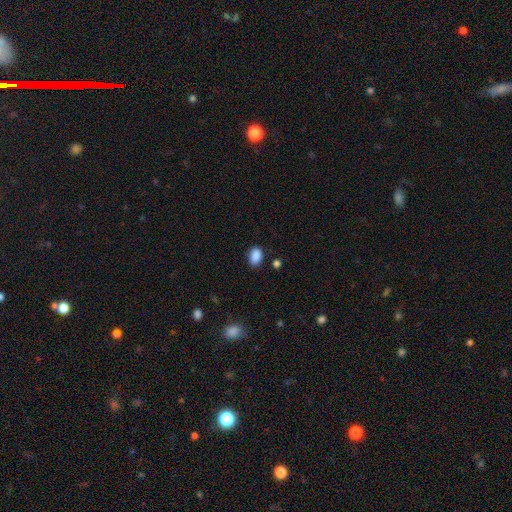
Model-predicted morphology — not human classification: Smooth or featured?
  - smooth: 88% *
  - star or artifact: 9%
  - featured or disk: 3%
How rounded?
  - in between: 78% *
  - round: 21%
  - cigar-shaped: 1%
Merging?
  - none: 83% *
  - minor disturbance: 12%
  - major disturbance: 3%
  - merger: 2%